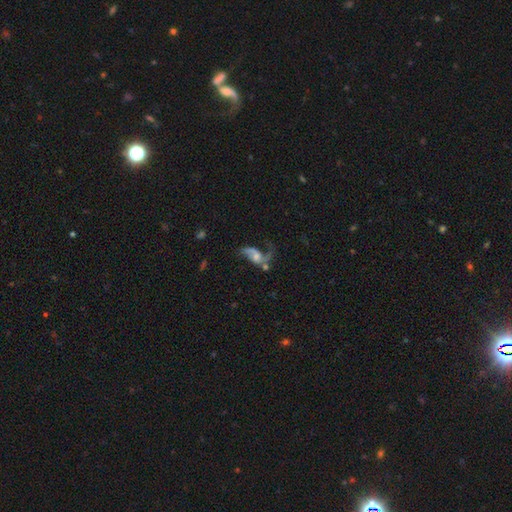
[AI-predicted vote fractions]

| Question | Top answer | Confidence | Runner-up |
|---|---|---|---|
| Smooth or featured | featured or disk | 71% | smooth (19%) |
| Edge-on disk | no | 95% | yes (5%) |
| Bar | no | 63% | weak (29%) |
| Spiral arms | yes | 84% | no (16%) |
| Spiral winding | loose | 75% | medium (20%) |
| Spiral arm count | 2 | 71% | 1 (21%) |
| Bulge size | moderate | 41% | small (34%) |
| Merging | major disturbance | 34% | none (29%) |